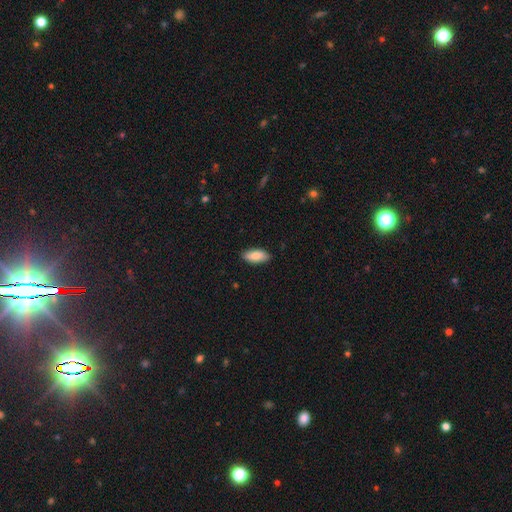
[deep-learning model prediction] Morphology: type=smooth (83%); roundness=in between (86%); merging=none (88%).